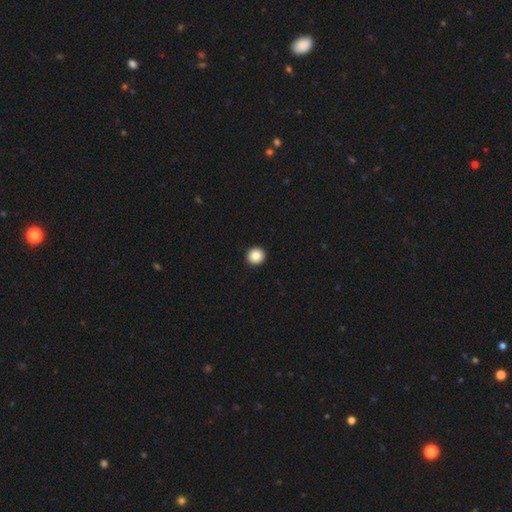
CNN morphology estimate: This is clearly a smooth galaxy (86%). How rounded: clearly round (96%). Merging: clearly none (94%).